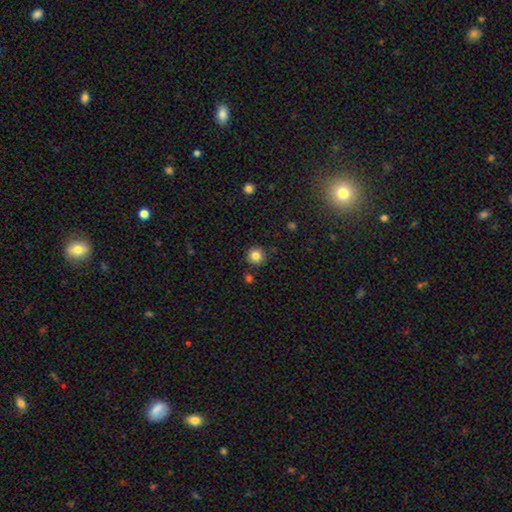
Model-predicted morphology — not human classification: This is clearly a smooth galaxy (83%). How rounded: clearly round (95%). Merging: clearly none (89%).